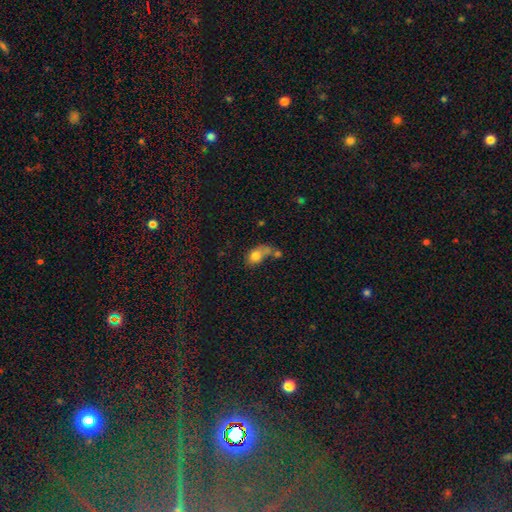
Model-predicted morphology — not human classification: Smooth or featured: smooth — 77% (featured or disk — 14%)
How rounded: in between — 69% (round — 28%)
Merging: merger — 43% (none — 24%)